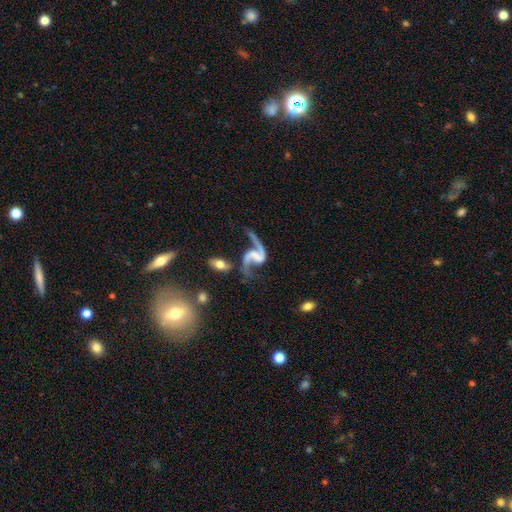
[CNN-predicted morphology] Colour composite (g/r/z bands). It shows a featured or disk galaxy (90%) with a weak bar (40%), 2 (90%) loose (80%) spiral arms (96%) and no central bulge (60%). Merging: none (53%).